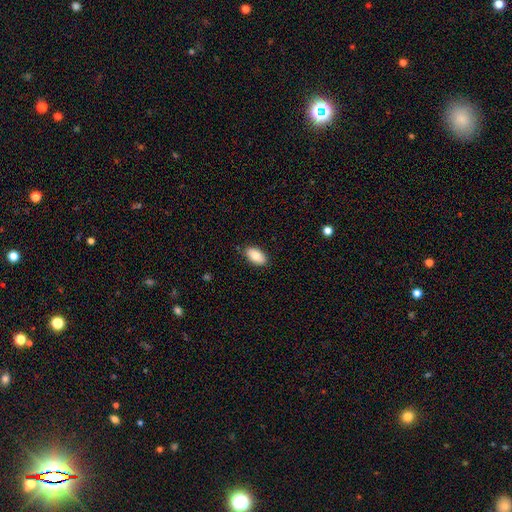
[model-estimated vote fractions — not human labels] Morphology: type=smooth (82%); roundness=in between (94%); merging=none (86%).